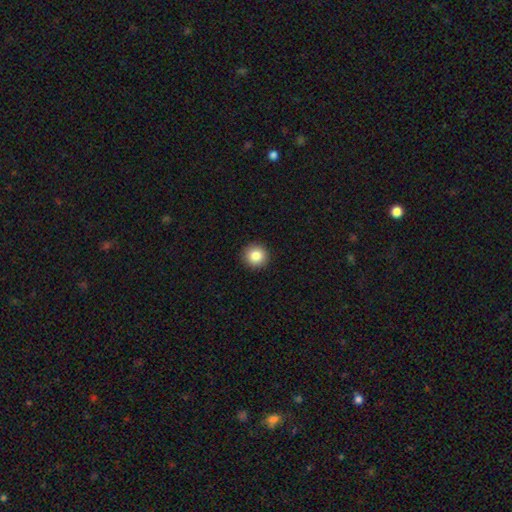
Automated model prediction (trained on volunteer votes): The model was most divided on "smooth or featured": smooth: 86%, star or artifact: 9%, featured or disk: 5%. More confident: how rounded — round (94%); merging — none (93%).